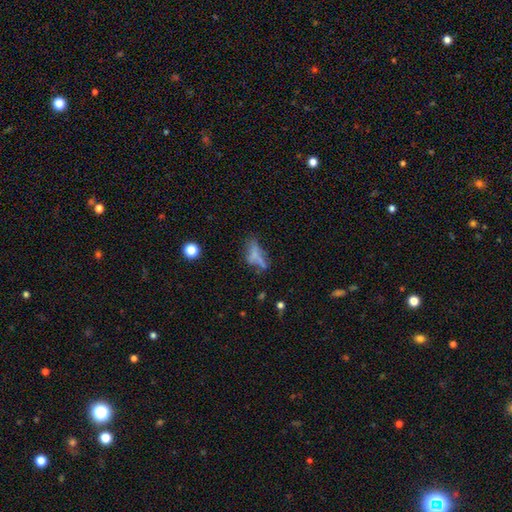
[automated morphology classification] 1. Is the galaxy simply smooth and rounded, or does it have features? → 48% smooth, 33% featured or disk, 19% star or artifact.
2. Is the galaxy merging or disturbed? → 39% none, 25% major disturbance, 20% minor disturbance, 17% merger.